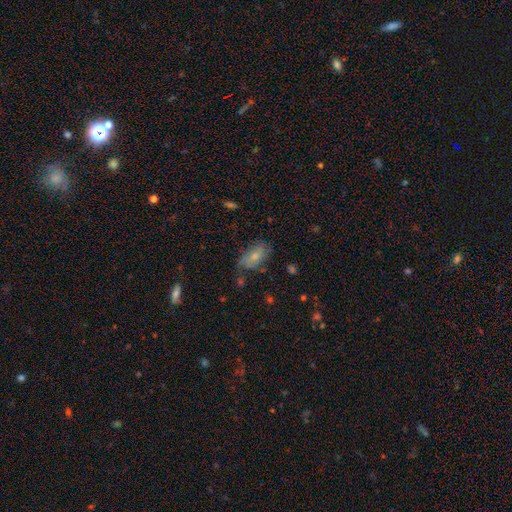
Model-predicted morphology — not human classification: Smooth or featured? Predicted: smooth (p=0.48). Merging? Predicted: none (p=0.63).